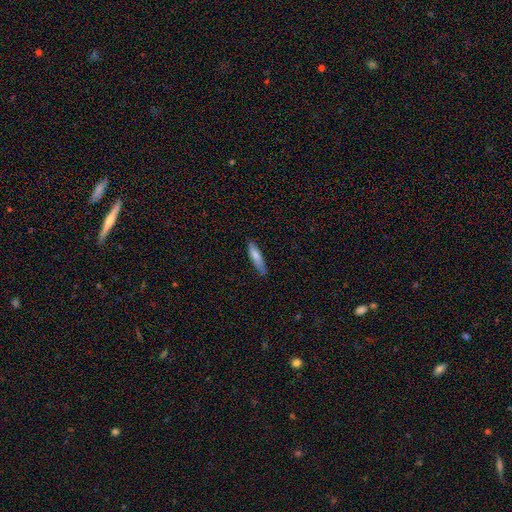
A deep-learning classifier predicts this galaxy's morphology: type=smooth (76%); roundness=cigar-shaped (76%); merging=none (78%).